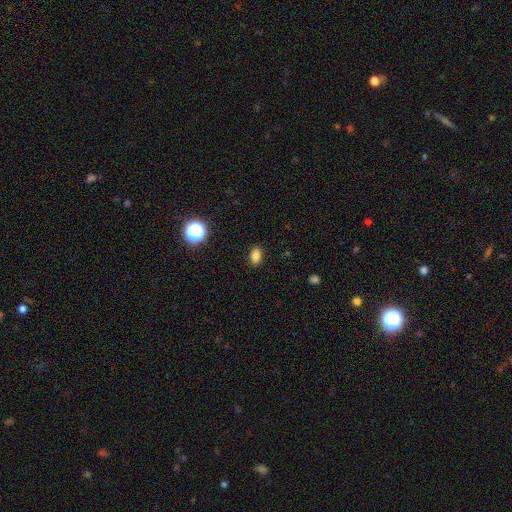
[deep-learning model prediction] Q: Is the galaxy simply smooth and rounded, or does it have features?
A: smooth — 82%.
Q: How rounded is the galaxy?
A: in between — 82%.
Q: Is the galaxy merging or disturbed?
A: none — 88%.